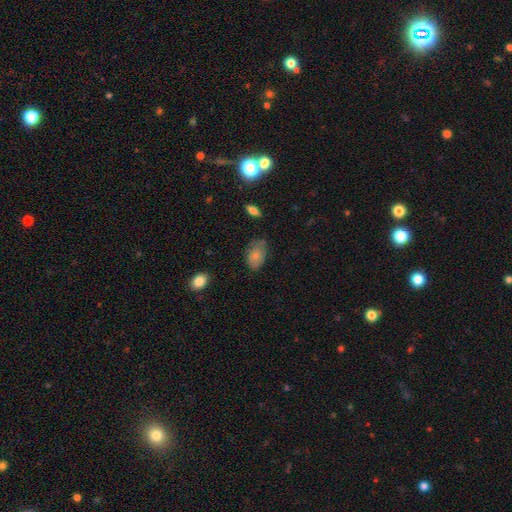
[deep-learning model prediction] A smooth galaxy with no disk features (76%) that is in between round and cigar-shaped (88%). Merging: none (60%).